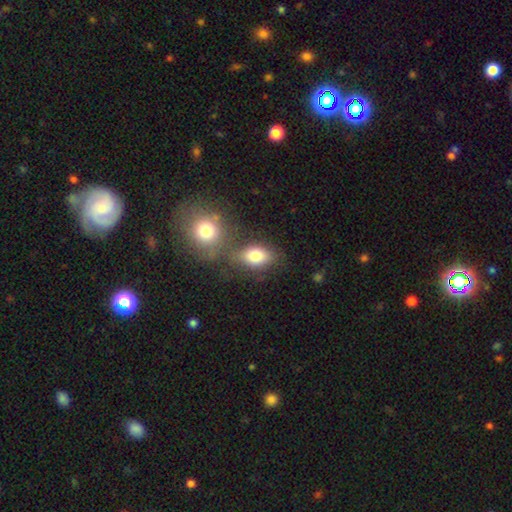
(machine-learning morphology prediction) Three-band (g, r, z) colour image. It shows a smooth galaxy with no disk features (80%) that is in between round and cigar-shaped (79%). Merging: none (51%).